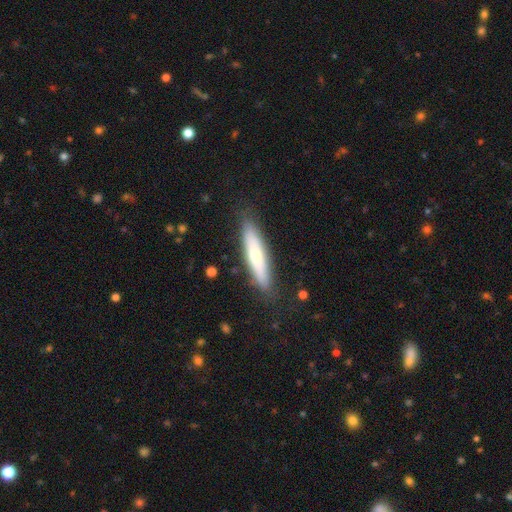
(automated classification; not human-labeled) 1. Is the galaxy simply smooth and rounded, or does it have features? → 62% smooth, 32% featured or disk, 6% star or artifact.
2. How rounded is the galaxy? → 79% cigar-shaped, 19% in between, 1% round.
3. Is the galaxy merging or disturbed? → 85% none, 11% minor disturbance, 2% major disturbance, 1% merger.